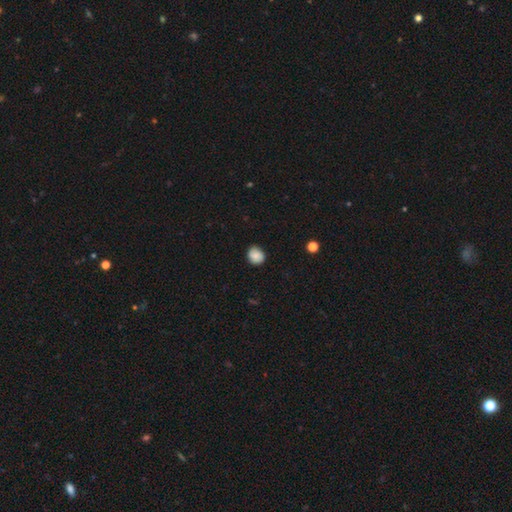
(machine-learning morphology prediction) Smooth or featured? Predicted: smooth (p=0.84). How rounded? Predicted: round (p=0.73). Merging? Predicted: none (p=0.82).